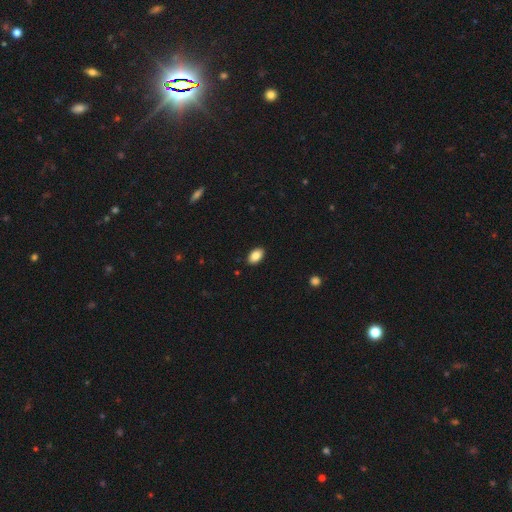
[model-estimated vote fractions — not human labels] The model was most divided on "smooth or featured": smooth: 86%, star or artifact: 7%, featured or disk: 7%. More confident: how rounded — in between (92%); merging — none (90%).